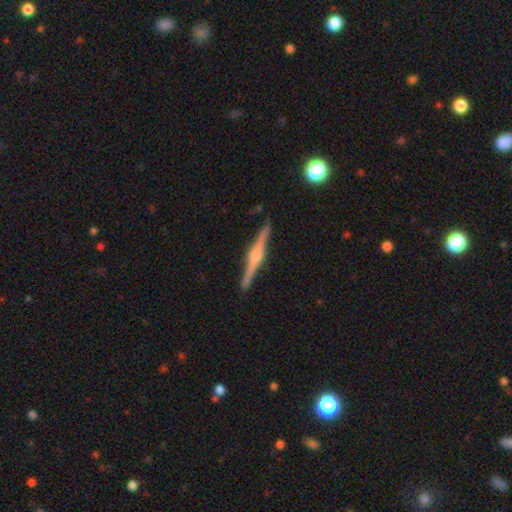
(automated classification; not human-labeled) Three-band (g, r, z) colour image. It shows a featured or disk galaxy (83%) viewed edge-on (98%) with a rounded central bulge (81%). Merging: none (91%).